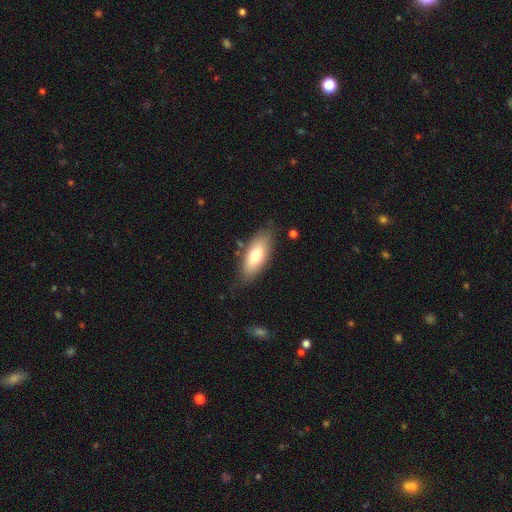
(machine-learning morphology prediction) A smooth galaxy with no disk features (73%) that is in between round and cigar-shaped (81%).

Vote fractions:
- Smooth or featured? smooth: 73% / featured or disk: 21% / star or artifact: 7%
- How rounded? in between: 81% / cigar-shaped: 17% / round: 2%
- Merging? none: 79% / minor disturbance: 15% / major disturbance: 4% / merger: 3%